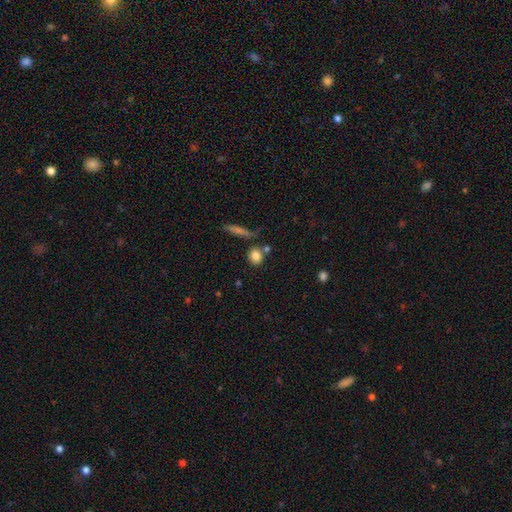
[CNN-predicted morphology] Q: Smooth or featured?
A: smooth (83%); runner-up: star or artifact (9%)
Q: How rounded?
A: round (68%); runner-up: in between (27%)
Q: Merging?
A: none (69%); runner-up: merger (14%)